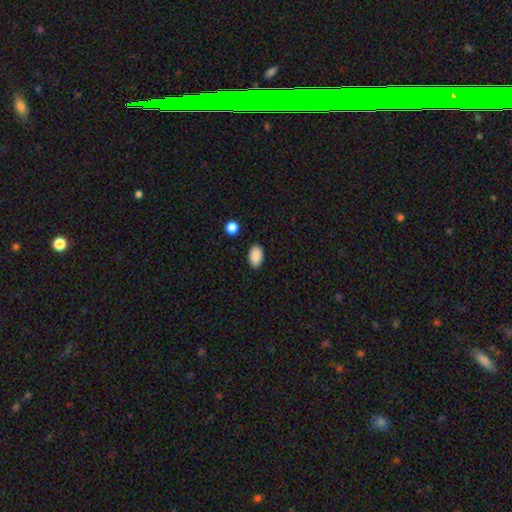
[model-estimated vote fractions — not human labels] smooth 90%, star or artifact 7%, featured or disk 3%. Down the decision tree: how rounded — in between (92%); merging — none (89%).